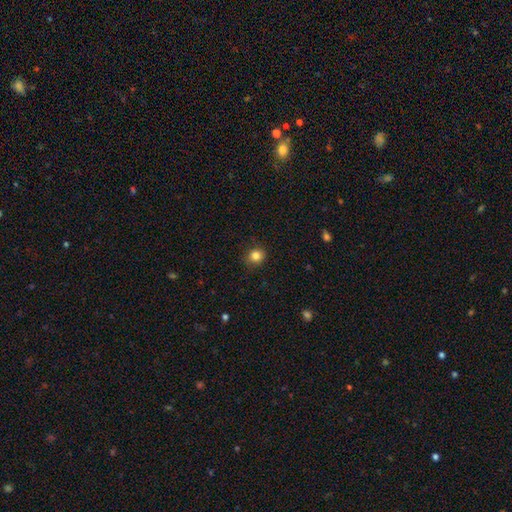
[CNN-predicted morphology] A smooth galaxy with no disk features (83%) that is round (82%). Merging: none (88%).